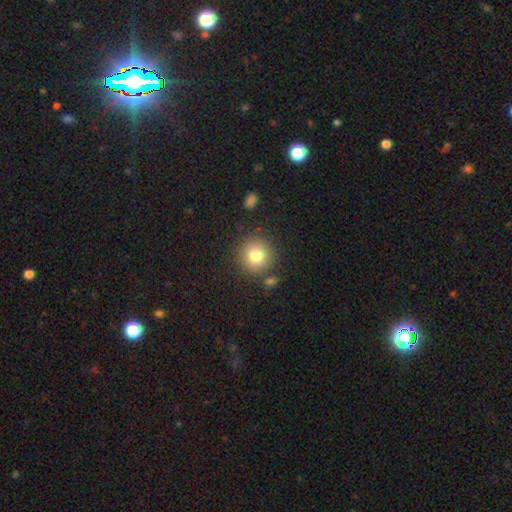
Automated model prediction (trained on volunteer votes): Morphology: type=smooth (79%); roundness=round (94%); merging=none (84%).